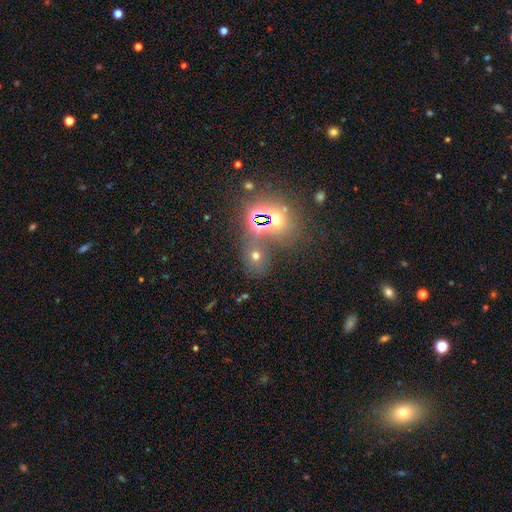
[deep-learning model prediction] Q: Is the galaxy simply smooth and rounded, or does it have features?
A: smooth — 51%.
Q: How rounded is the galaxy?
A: round — 64%.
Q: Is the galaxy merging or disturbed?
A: none — 57%.